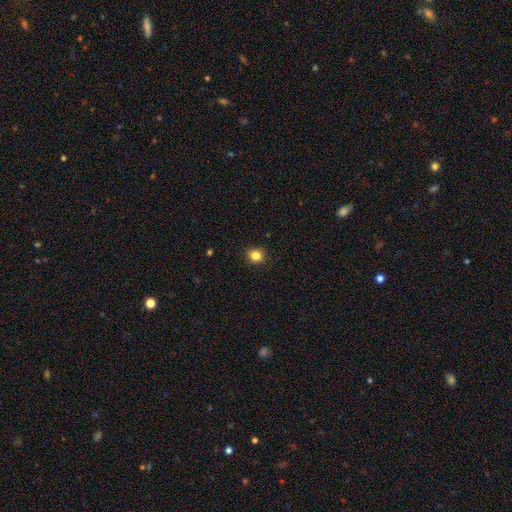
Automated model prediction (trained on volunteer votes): Smooth or featured: smooth — 84% (star or artifact — 11%)
How rounded: round — 80% (in between — 19%)
Merging: none — 91% (minor disturbance — 7%)